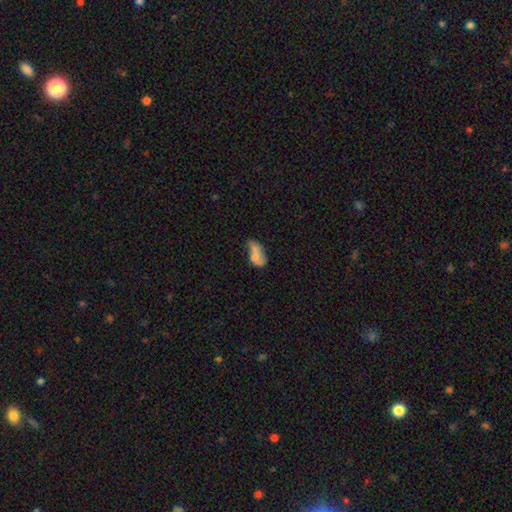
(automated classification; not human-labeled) Smooth or featured? Predicted: smooth (p=0.53). How rounded? Predicted: in between (p=0.88). Merging? Predicted: minor disturbance (p=0.27).